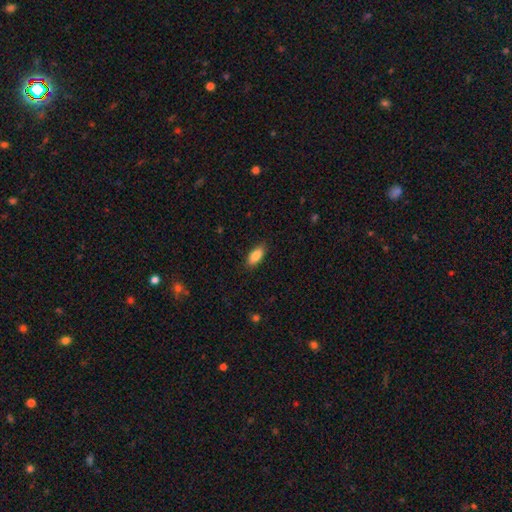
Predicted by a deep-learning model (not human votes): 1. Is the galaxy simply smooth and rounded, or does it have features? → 86% smooth, 8% featured or disk, 7% star or artifact.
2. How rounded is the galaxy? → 84% in between, 14% cigar-shaped, 2% round.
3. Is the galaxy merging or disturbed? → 87% none, 10% minor disturbance, 2% major disturbance, 1% merger.